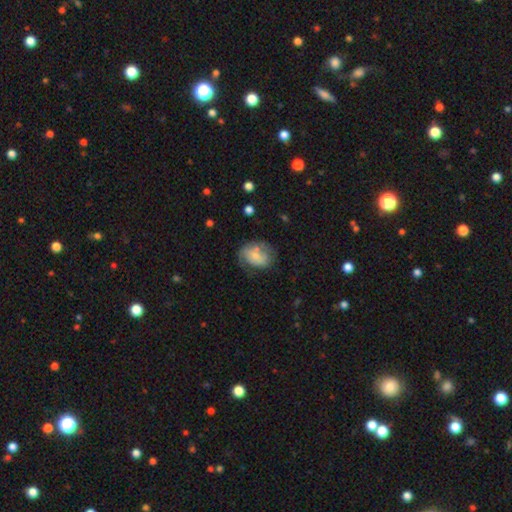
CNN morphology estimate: Q: Smooth or featured?
A: smooth (56%); runner-up: featured or disk (37%)
Q: How rounded?
A: in between (67%); runner-up: round (32%)
Q: Merging?
A: none (48%); runner-up: minor disturbance (30%)